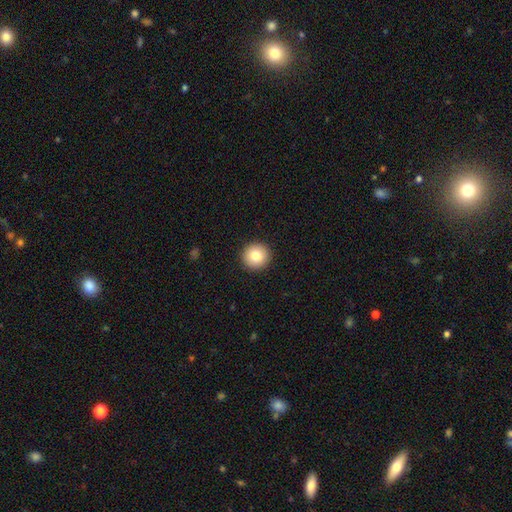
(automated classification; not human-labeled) Smooth or featured? Predicted: smooth (p=0.82). How rounded? Predicted: round (p=0.95). Merging? Predicted: none (p=0.93).